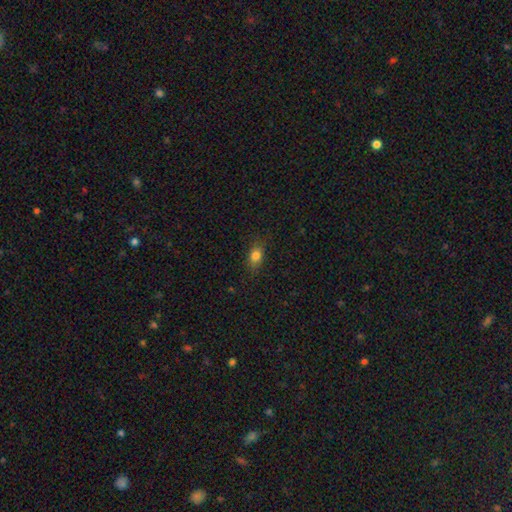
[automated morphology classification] This appears to be a smooth galaxy with no disk features (81%) that is in between round and cigar-shaped (77%). Merging: none (82%).